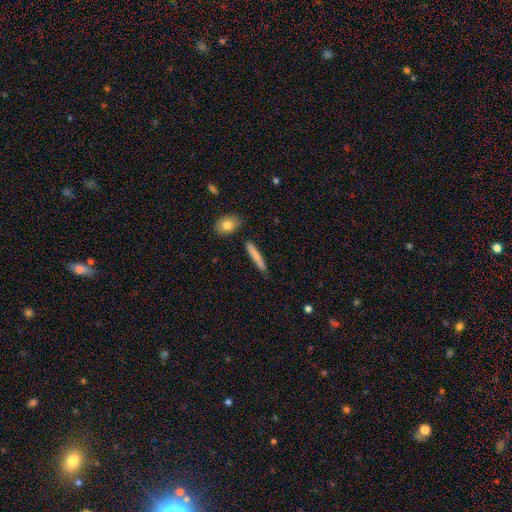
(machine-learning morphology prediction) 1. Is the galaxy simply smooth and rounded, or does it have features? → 77% smooth, 17% featured or disk, 6% star or artifact.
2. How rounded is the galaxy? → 91% cigar-shaped, 7% in between, 2% round.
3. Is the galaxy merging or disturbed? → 80% none, 14% minor disturbance, 4% merger, 3% major disturbance.